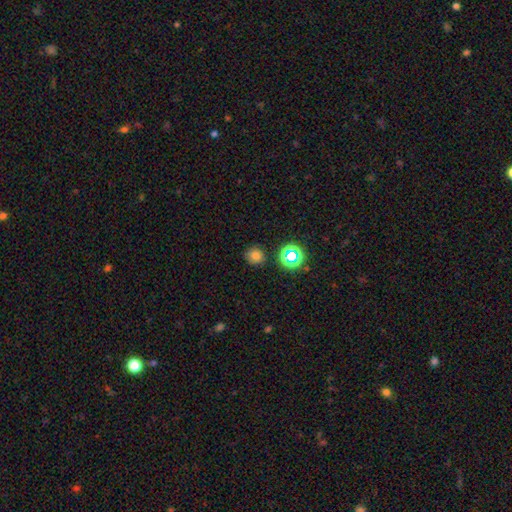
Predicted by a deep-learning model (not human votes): smooth_or_featured: smooth (p=0.72) [alt: star or artifact p=0.20]
how_rounded: round (p=0.89) [alt: in between p=0.10]
merging: none (p=0.86) [alt: minor disturbance p=0.09]